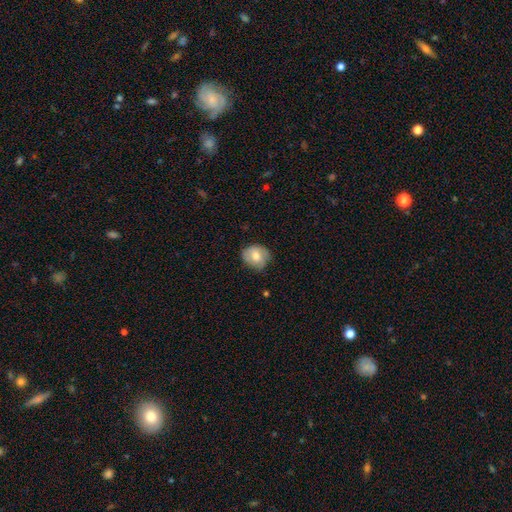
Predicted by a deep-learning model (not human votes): Smooth or featured?
  - smooth: 69% *
  - featured or disk: 24%
  - star or artifact: 7%
How rounded?
  - round: 70% *
  - in between: 29%
  - cigar-shaped: 1%
Merging?
  - none: 68% *
  - minor disturbance: 25%
  - major disturbance: 5%
  - merger: 1%